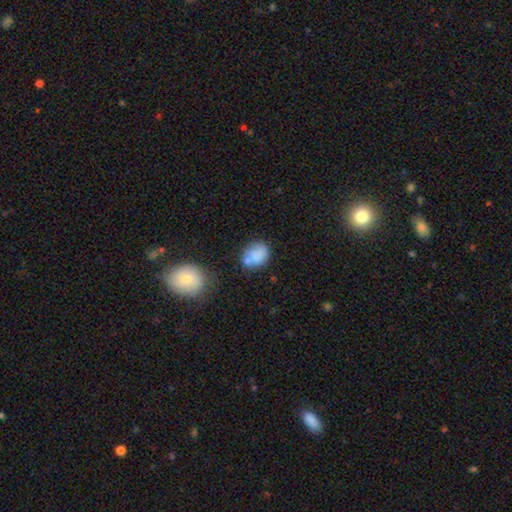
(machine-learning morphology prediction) This is likely a smooth galaxy (78%). How rounded: possibly in between (50%). Merging: possibly none (53%).